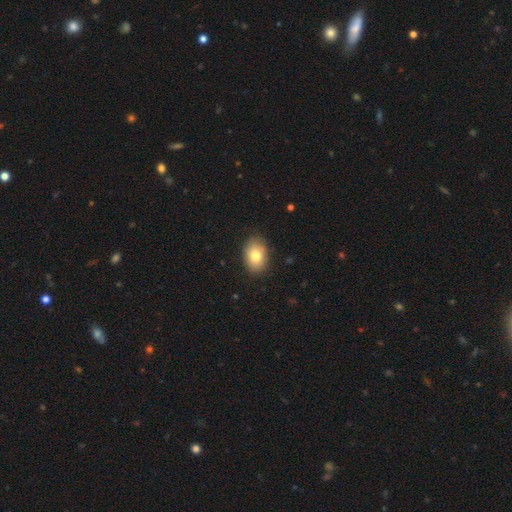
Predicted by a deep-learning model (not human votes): The model was most divided on "how rounded": in between: 81%, round: 18%, cigar-shaped: 1%. More confident: merging — none (85%); smooth or featured — smooth (80%).